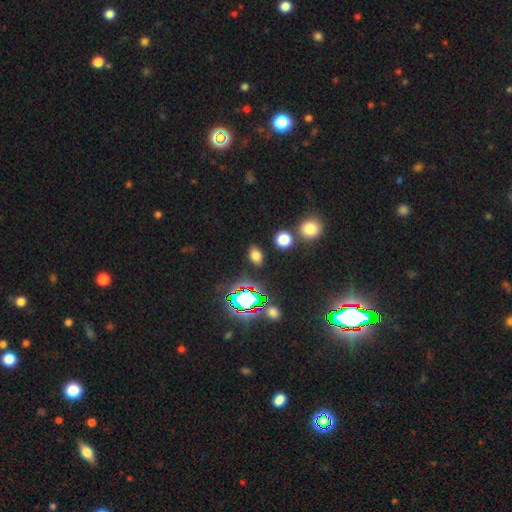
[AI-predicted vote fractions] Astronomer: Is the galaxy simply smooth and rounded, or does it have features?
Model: smooth — 71%.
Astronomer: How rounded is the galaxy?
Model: in between — 76%.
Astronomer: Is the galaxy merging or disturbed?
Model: none — 86%.